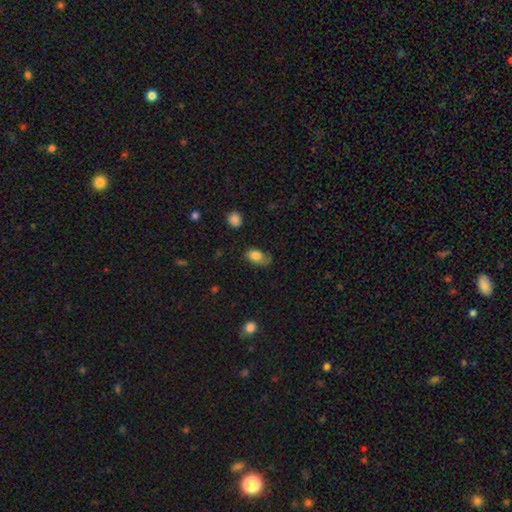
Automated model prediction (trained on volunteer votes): smooth 80%, featured or disk 12%, star or artifact 8%. Down the decision tree: how rounded — in between (88%); merging — none (51%).